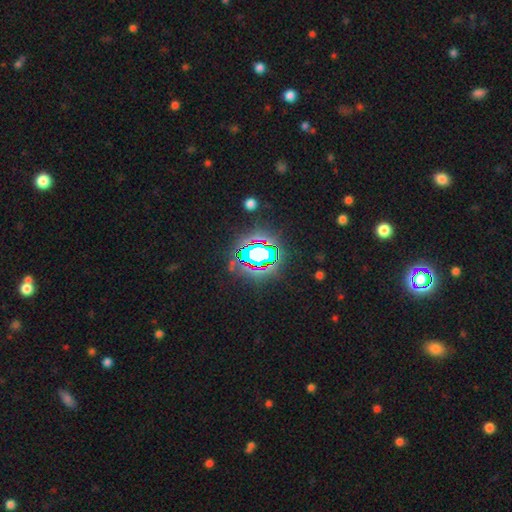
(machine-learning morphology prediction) Q: Smooth or featured?
A: star or artifact (77%); runner-up: smooth (13%)